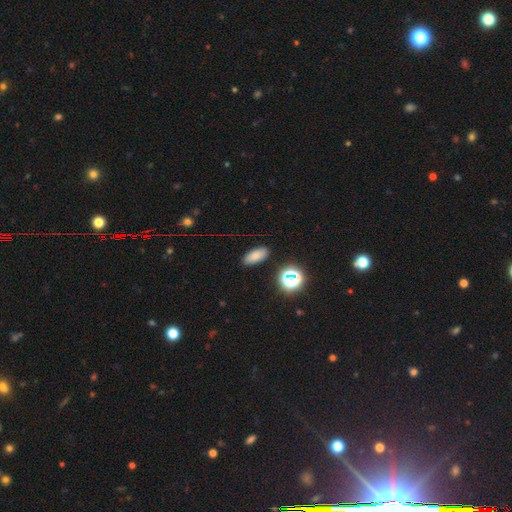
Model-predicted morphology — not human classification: Smooth or featured? smooth (78%)
How rounded? in between (87%)
Merging? none (87%)